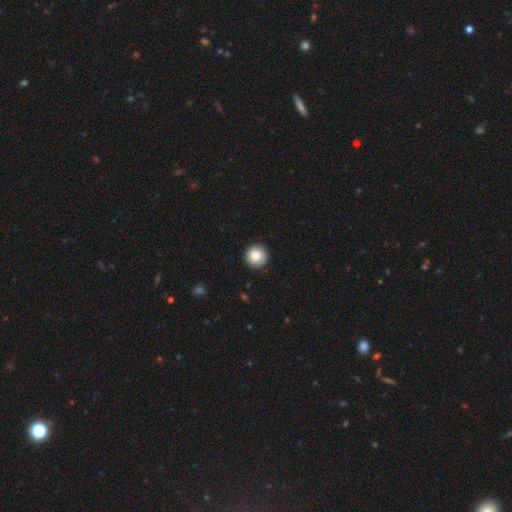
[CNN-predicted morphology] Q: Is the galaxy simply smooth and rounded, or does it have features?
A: smooth — 84%.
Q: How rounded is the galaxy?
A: round — 95%.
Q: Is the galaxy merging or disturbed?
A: none — 87%.